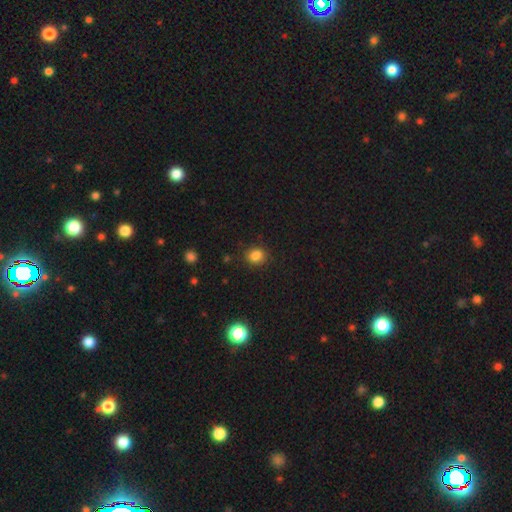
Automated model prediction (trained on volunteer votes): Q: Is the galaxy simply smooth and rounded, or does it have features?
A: smooth — 84%.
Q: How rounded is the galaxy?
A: round — 64%.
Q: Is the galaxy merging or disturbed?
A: none — 85%.